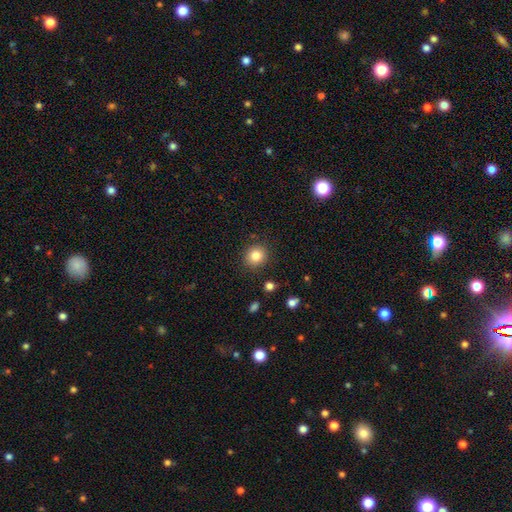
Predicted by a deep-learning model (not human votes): Smooth or featured? Predicted: smooth (p=0.84). How rounded? Predicted: round (p=0.85). Merging? Predicted: none (p=0.88).